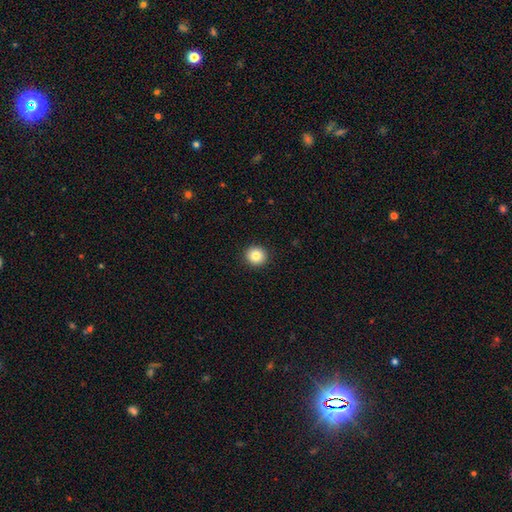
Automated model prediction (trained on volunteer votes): smooth 84%, star or artifact 10%, featured or disk 6%. Down the decision tree: how rounded — round (92%); merging — none (93%).